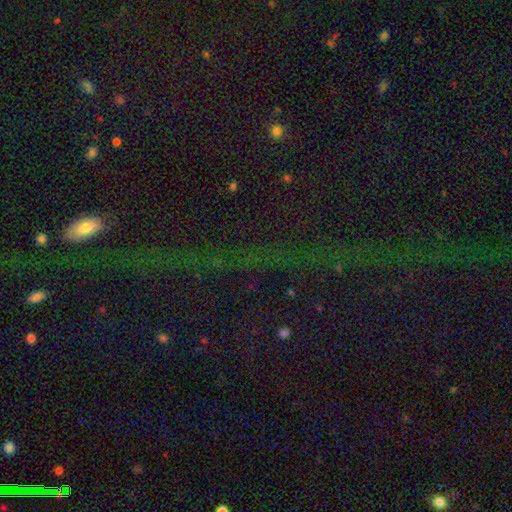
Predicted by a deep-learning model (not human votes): This is likely a star or artifact rather than a galaxy (70%).